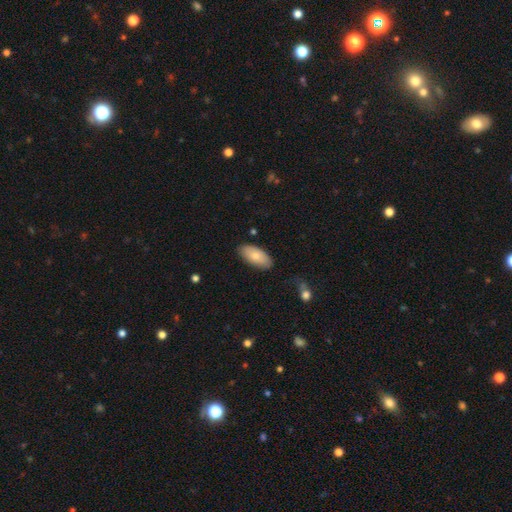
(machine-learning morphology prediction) A smooth galaxy with no disk features (78%) that is in between round and cigar-shaped (92%). Merging: none (84%).